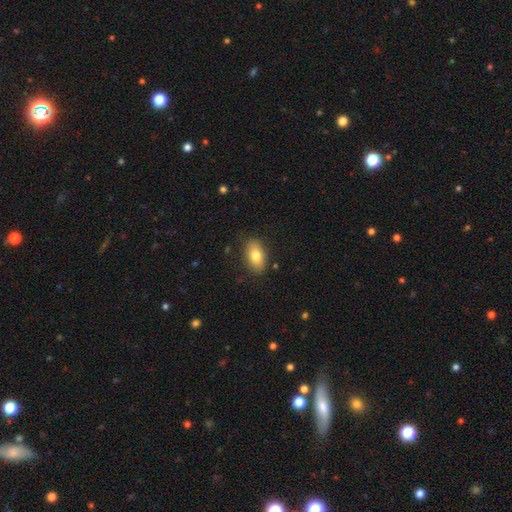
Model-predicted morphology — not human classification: A smooth galaxy with no disk features (78%) that is in between round and cigar-shaped (89%). Merging: none (84%).